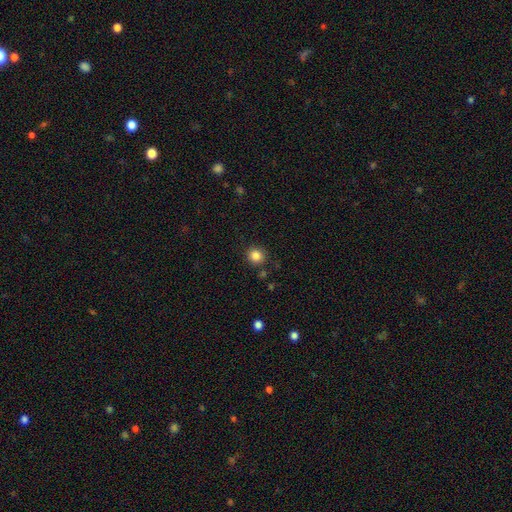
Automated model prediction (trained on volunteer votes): Smooth or featured: smooth — 84% (star or artifact — 11%)
How rounded: round — 92% (in between — 7%)
Merging: none — 89% (minor disturbance — 7%)